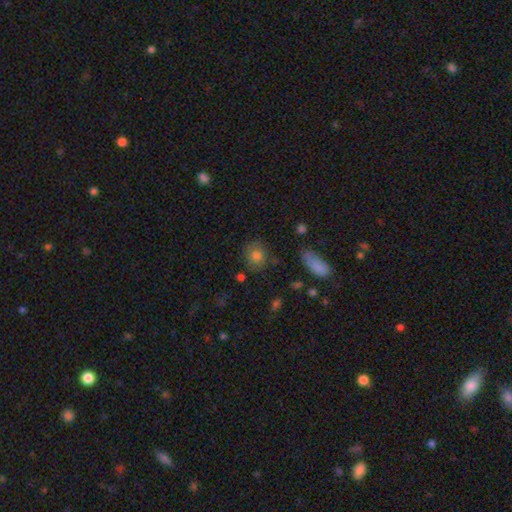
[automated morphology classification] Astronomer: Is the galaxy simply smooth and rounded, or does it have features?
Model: smooth — 81%.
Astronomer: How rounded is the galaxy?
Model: round — 74%.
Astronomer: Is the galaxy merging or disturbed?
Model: none — 78%.